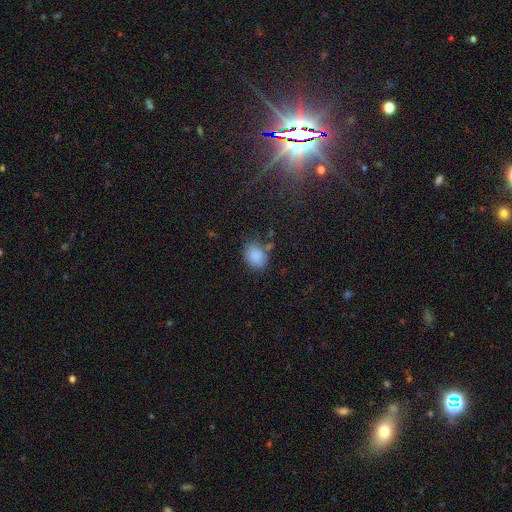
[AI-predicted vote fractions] smooth 85%, star or artifact 9%, featured or disk 6%. Down the decision tree: how rounded — in between (66%); merging — none (65%).